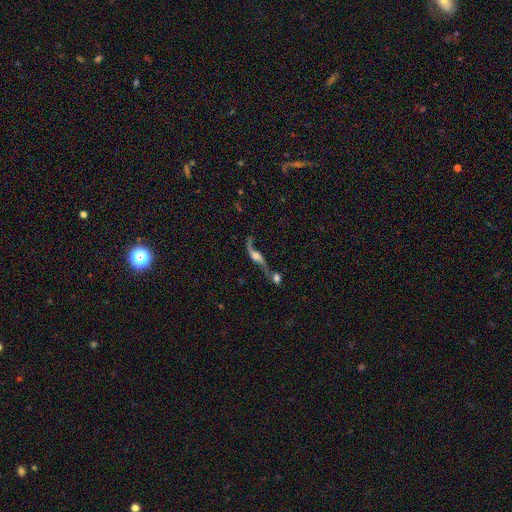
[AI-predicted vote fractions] Smooth or featured? Predicted: featured or disk (p=0.75). Edge-on disk? Predicted: no (p=0.72). Bar? Predicted: no (p=0.58). Spiral arms? Predicted: yes (p=0.87). Bulge size? Predicted: moderate (p=0.40). Merging? Predicted: merger (p=0.46).